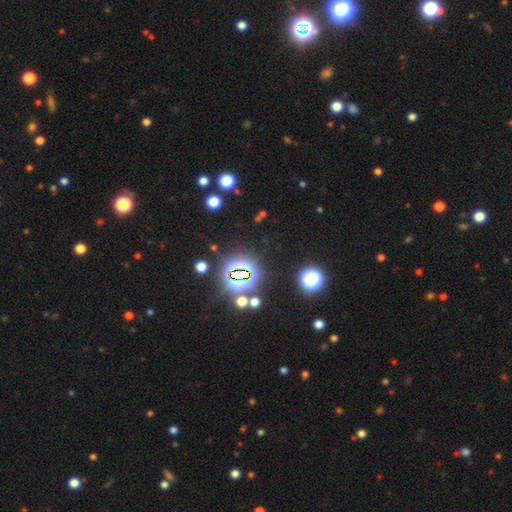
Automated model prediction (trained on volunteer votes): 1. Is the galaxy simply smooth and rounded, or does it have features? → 82% star or artifact, 10% smooth, 7% featured or disk.